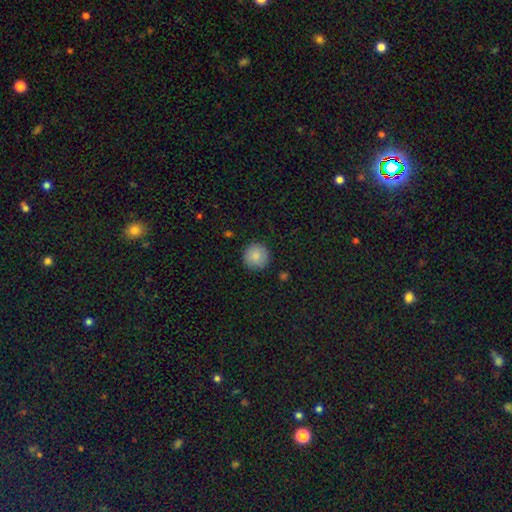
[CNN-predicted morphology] A smooth galaxy with no disk features (85%) that is round (95%). Merging: none (89%).